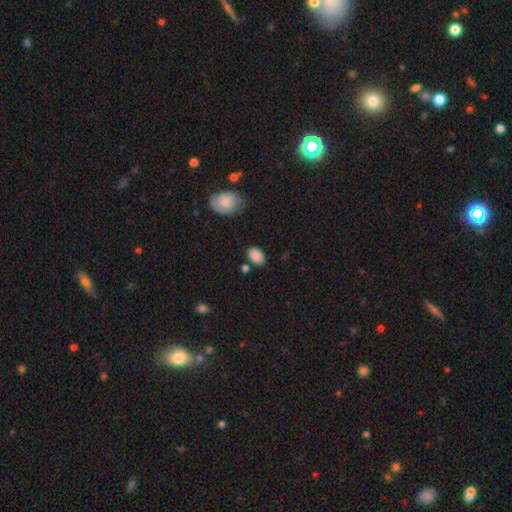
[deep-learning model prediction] smooth-or-featured: smooth: 87% | star or artifact: 8% | featured or disk: 4%
  how-rounded: in between: 84% | round: 15% | cigar-shaped: 1%
  merging: none: 79% | minor disturbance: 13% | merger: 5% | major disturbance: 3%